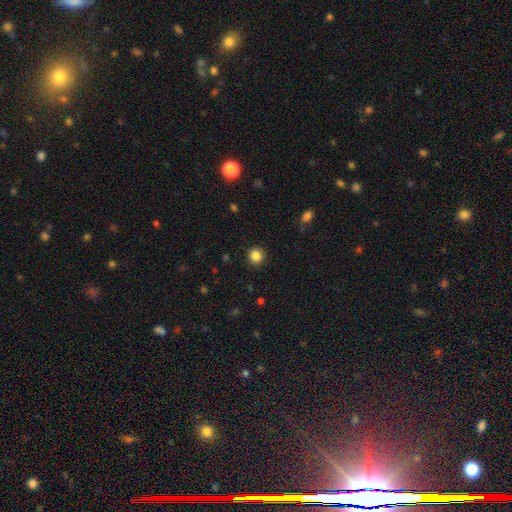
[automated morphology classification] Smooth or featured? smooth (85%)
How rounded? round (91%)
Merging? none (91%)